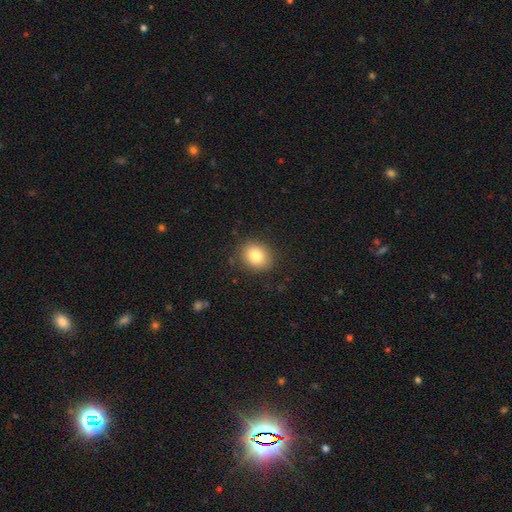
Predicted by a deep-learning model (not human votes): This is clearly a smooth galaxy (82%). How rounded: likely round (63%). Merging: clearly none (87%).